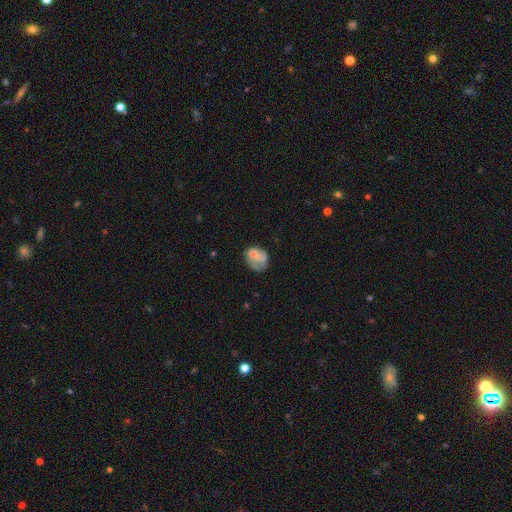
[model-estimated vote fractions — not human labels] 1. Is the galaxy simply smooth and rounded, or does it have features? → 61% smooth, 29% featured or disk, 10% star or artifact.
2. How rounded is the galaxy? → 53% in between, 45% round, 1% cigar-shaped.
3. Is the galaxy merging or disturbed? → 39% none, 30% minor disturbance, 24% major disturbance, 7% merger.